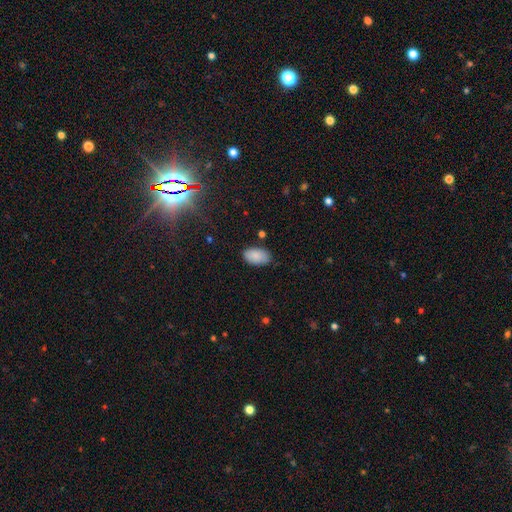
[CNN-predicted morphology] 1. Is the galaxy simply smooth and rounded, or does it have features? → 87% smooth, 7% star or artifact, 6% featured or disk.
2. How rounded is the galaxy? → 94% in between, 4% round, 1% cigar-shaped.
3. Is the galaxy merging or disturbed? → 79% none, 16% minor disturbance, 3% major disturbance, 2% merger.